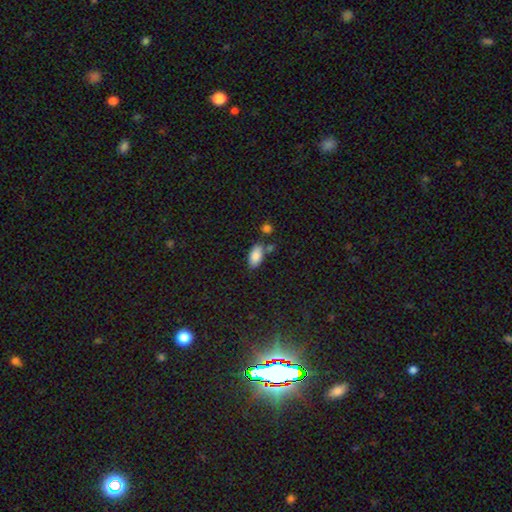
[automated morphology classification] type=smooth (84%); roundness=in between (92%); merging=none (70%).